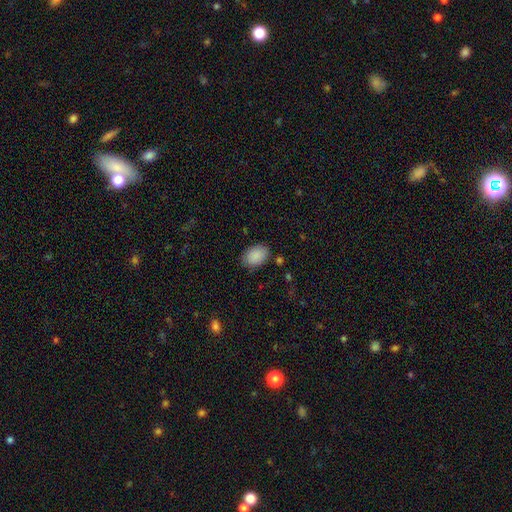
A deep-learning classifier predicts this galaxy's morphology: Q: Smooth or featured?
A: smooth (90%); runner-up: star or artifact (7%)
Q: How rounded?
A: in between (86%); runner-up: round (13%)
Q: Merging?
A: none (83%); runner-up: minor disturbance (13%)